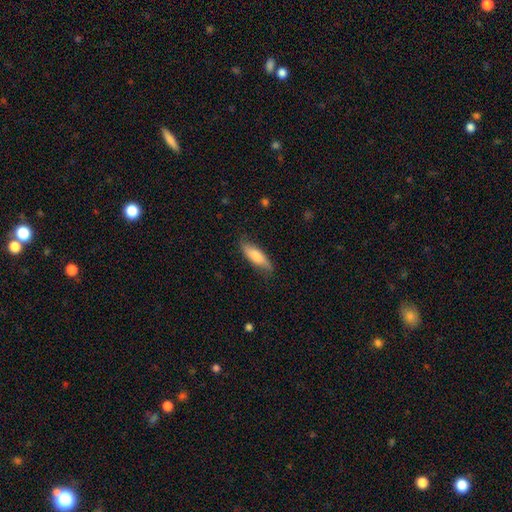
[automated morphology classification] A smooth galaxy with no disk features (70%) that is in between round and cigar-shaped (49%).

Vote fractions:
- Smooth or featured? smooth: 70% / featured or disk: 24% / star or artifact: 6%
- How rounded? in between: 49% / cigar-shaped: 48% / round: 2%
- Merging? none: 76% / minor disturbance: 19% / major disturbance: 4% / merger: 1%